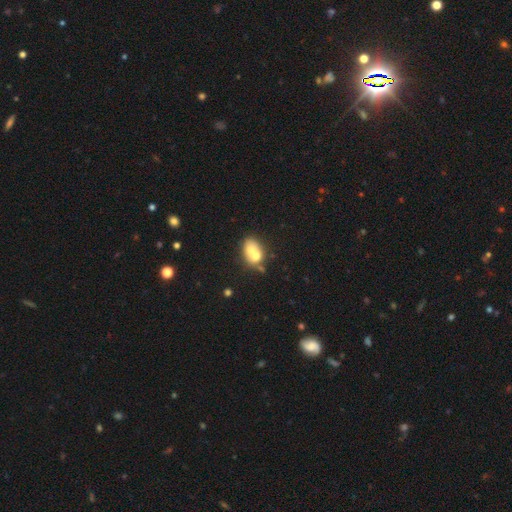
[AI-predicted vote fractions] Overall: smooth (62%; featured or disk 28%). How rounded: in between (67%; round 32%). Merging: merger (56%; none 27%).